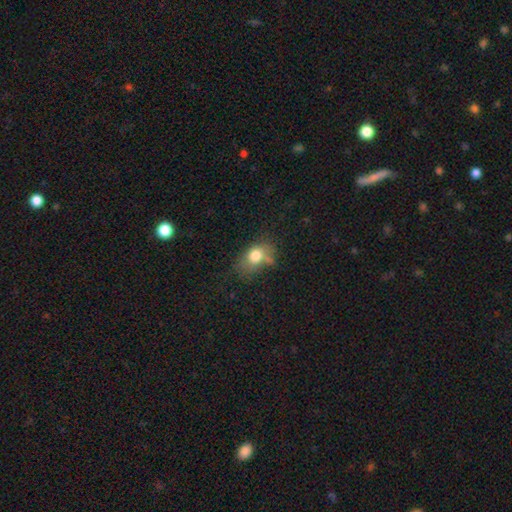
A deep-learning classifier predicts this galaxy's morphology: smooth-or-featured: smooth: 76% | featured or disk: 14% | star or artifact: 10%
  how-rounded: in between: 74% | round: 25% | cigar-shaped: 2%
  merging: none: 41% | minor disturbance: 30% | major disturbance: 19% | merger: 10%